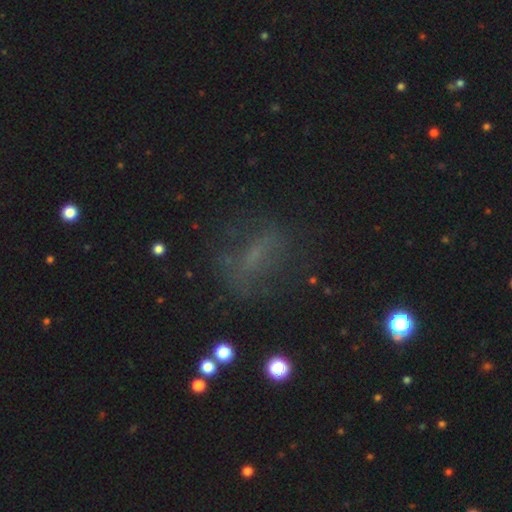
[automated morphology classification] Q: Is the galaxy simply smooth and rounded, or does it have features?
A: smooth — 38%.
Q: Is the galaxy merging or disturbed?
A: none — 61%.